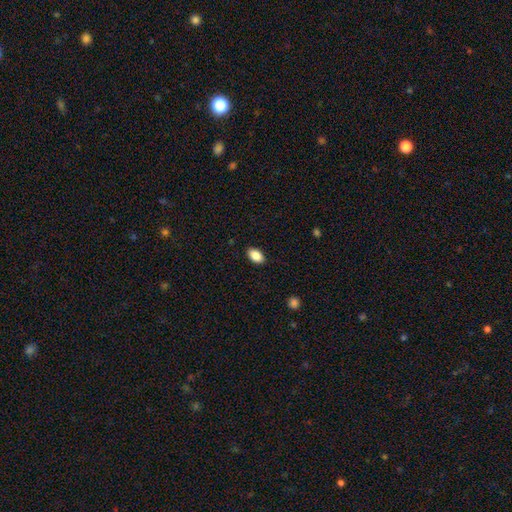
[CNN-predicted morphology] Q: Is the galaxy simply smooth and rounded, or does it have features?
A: smooth — 88%.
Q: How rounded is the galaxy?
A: in between — 91%.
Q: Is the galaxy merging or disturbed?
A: none — 89%.